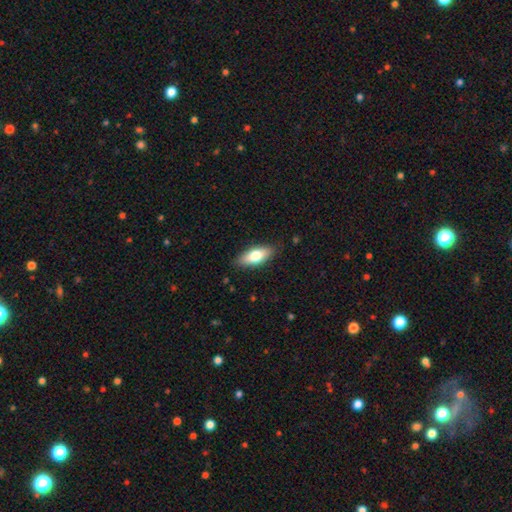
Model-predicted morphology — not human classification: Overall: smooth (72%). How rounded: in between (78%). Merging: none (85%).